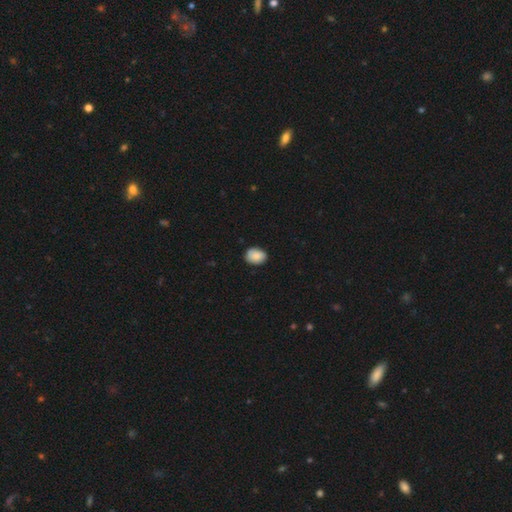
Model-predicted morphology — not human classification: smooth-or-featured: smooth: 87% | star or artifact: 7% | featured or disk: 6%
  how-rounded: in between: 68% | round: 31% | cigar-shaped: 1%
  merging: none: 82% | minor disturbance: 15% | major disturbance: 2% | merger: 1%